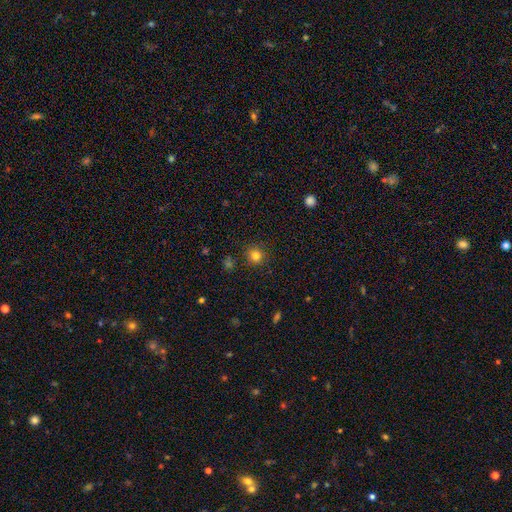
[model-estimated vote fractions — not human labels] Smooth or featured? smooth (81%)
How rounded? round (92%)
Merging? none (89%)